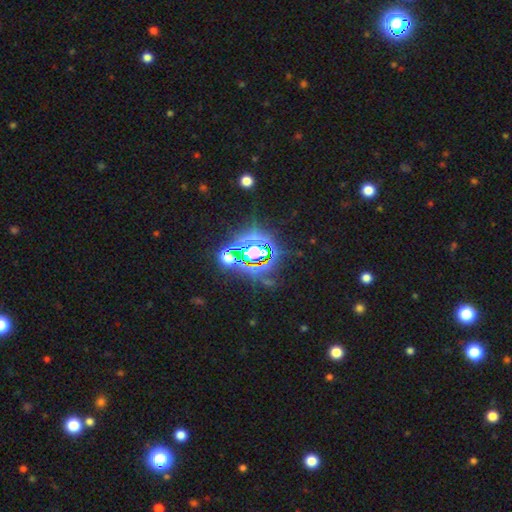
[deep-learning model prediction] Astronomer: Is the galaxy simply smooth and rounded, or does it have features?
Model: star or artifact — 75%.